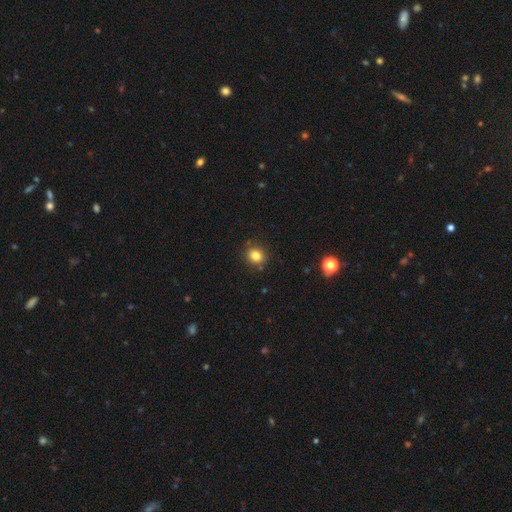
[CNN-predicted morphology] This appears to be a smooth galaxy with no disk features (82%) that is round (81%). Merging: none (84%).